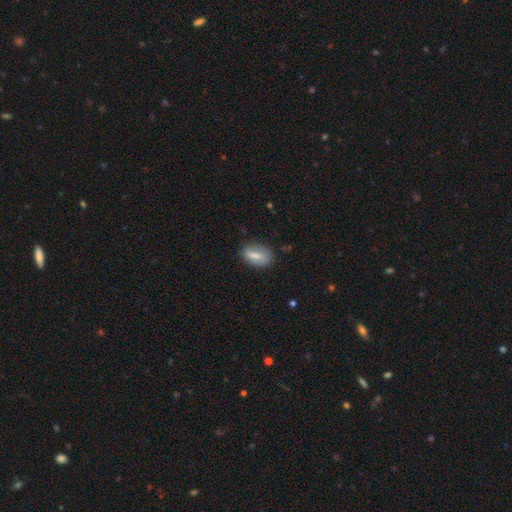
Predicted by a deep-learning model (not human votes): Smooth or featured? Predicted: smooth (p=0.70). How rounded? Predicted: in between (p=0.87). Merging? Predicted: none (p=0.75).